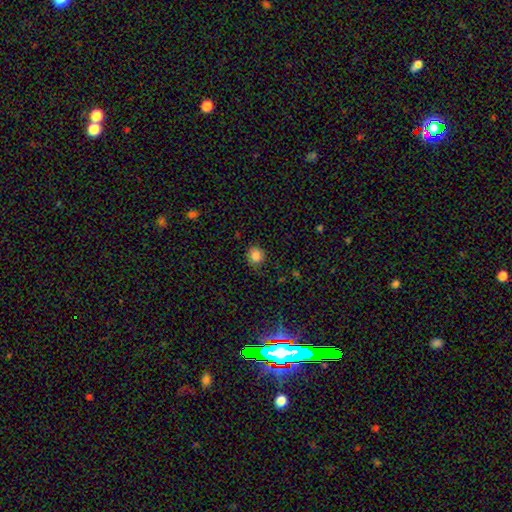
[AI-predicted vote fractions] Morphology: type=smooth (85%); roundness=round (84%); merging=none (83%).